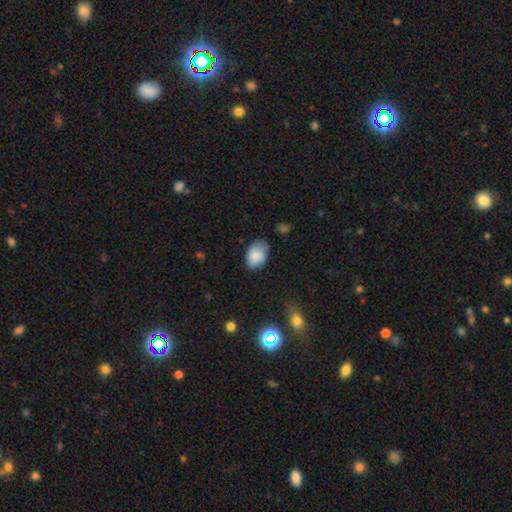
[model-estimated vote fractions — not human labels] The model was most divided on "merging": none: 64%, minor disturbance: 28%, major disturbance: 6%, merger: 2%. More confident: how rounded — in between (86%); smooth or featured — smooth (83%).